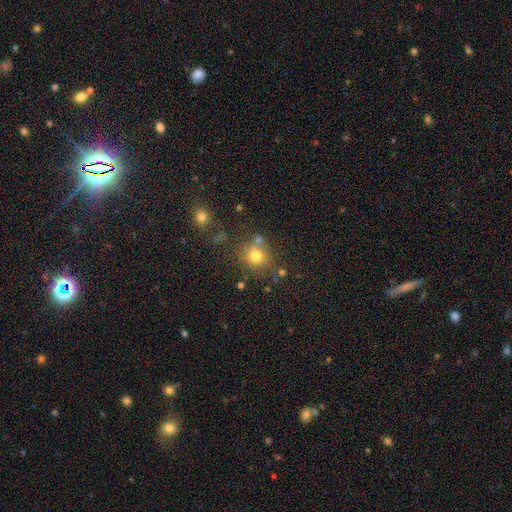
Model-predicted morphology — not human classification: This appears to be a smooth galaxy with no disk features (76%) that is round (83%). Merging: none (70%).